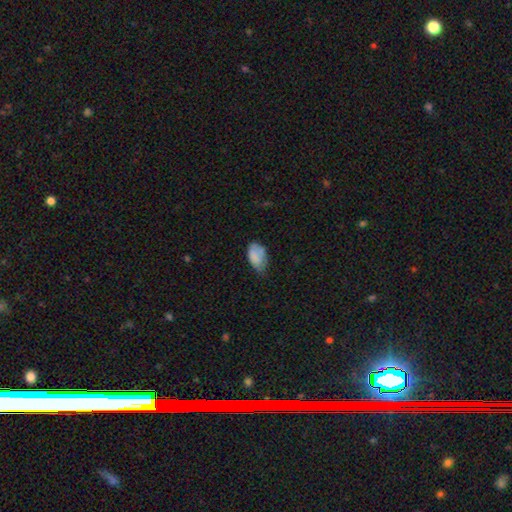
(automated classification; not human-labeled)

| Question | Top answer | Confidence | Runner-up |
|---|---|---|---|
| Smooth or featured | smooth | 80% | featured or disk (12%) |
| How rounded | in between | 92% | round (6%) |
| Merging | minor disturbance | 44% | none (40%) |